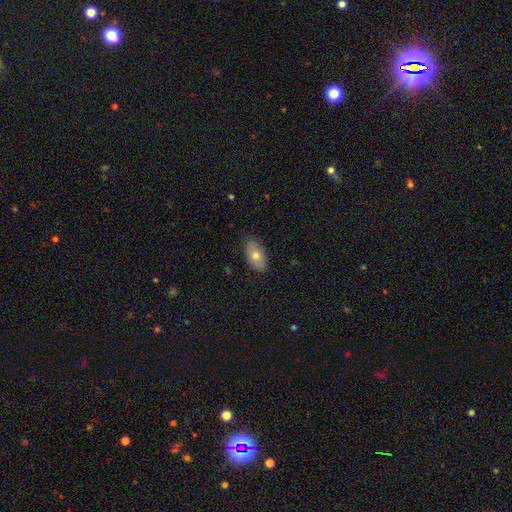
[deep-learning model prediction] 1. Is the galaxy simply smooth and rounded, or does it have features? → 73% smooth, 20% featured or disk, 7% star or artifact.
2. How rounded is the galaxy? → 92% in between, 5% round, 3% cigar-shaped.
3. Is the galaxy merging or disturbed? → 82% none, 14% minor disturbance, 2% major disturbance, 1% merger.